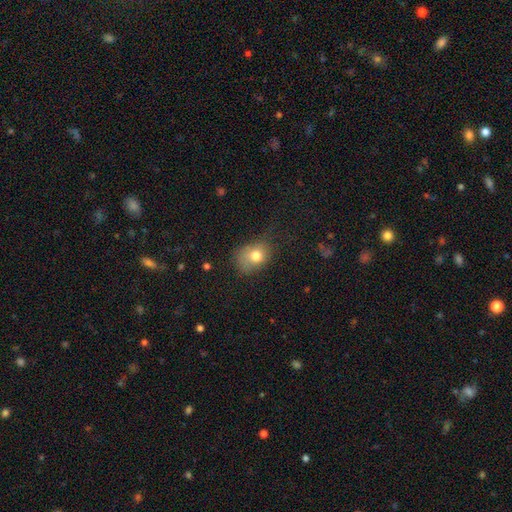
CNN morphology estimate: smooth_or_featured: smooth (p=0.75) [alt: featured or disk p=0.13]
how_rounded: in between (p=0.59) [alt: round p=0.39]
merging: none (p=0.45) [alt: minor disturbance p=0.32]